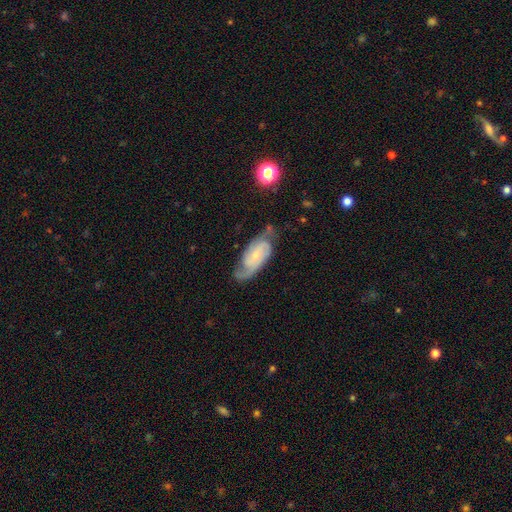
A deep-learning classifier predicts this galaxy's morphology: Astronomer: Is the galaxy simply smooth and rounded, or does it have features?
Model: featured or disk — 81%.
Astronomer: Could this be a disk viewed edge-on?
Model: no — 95%.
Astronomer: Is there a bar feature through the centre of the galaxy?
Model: no — 58%.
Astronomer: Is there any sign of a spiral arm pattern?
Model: yes — 96%.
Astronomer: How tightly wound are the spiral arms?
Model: medium — 45% (runner-up: tight, 39%).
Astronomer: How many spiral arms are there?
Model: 2 — 80%.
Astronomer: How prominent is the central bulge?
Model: small — 70%.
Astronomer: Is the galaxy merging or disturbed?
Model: none — 66%.